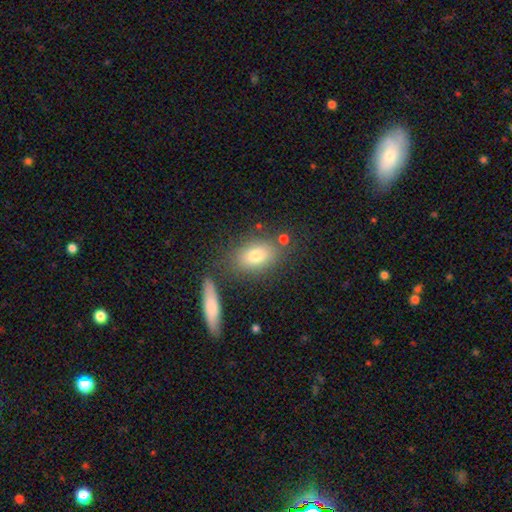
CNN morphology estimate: Overall: smooth (77%). How rounded: in between (79%). Merging: none (72%).